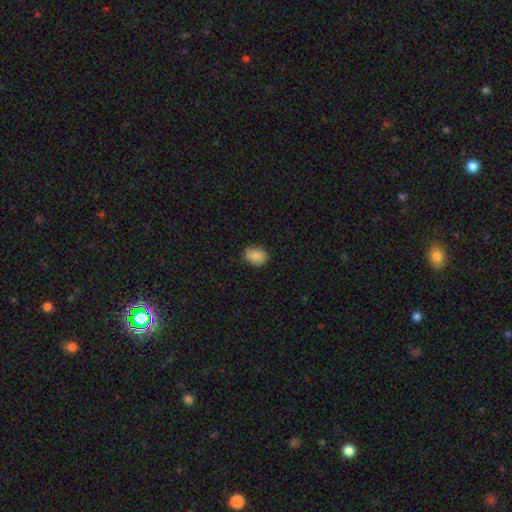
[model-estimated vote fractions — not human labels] smooth_or_featured: smooth (p=0.87) [alt: star or artifact p=0.07]
how_rounded: in between (p=0.79) [alt: round p=0.20]
merging: none (p=0.84) [alt: minor disturbance p=0.13]